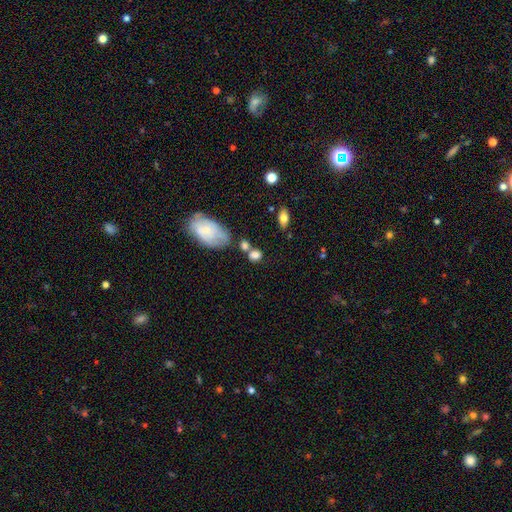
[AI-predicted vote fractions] The model was most divided on "how rounded": round: 49%, in between: 48%, cigar-shaped: 3%. More confident: smooth or featured — smooth (77%); merging — none (51%).